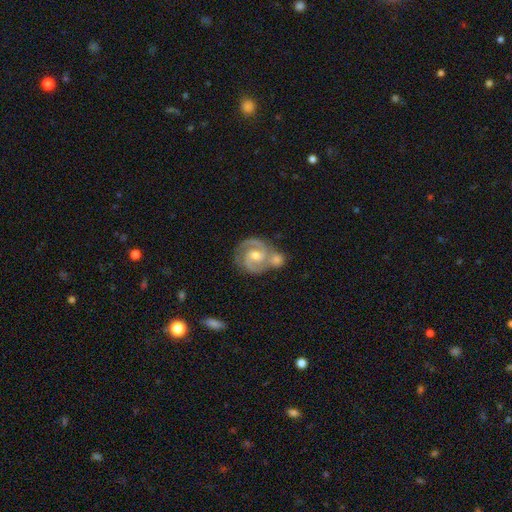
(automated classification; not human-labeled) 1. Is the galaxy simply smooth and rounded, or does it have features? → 89% featured or disk, 6% smooth, 5% star or artifact.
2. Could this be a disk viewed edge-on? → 98% no, 2% yes.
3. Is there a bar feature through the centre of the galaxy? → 51% no, 39% weak, 11% strong.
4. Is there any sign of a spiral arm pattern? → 98% yes, 2% no.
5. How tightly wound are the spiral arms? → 49% tight, 45% medium, 6% loose.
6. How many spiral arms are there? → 89% 2, 4% 3, 3% can't tell, 2% 1, 1% 4, 1% more than 4.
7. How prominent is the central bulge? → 64% moderate, 29% small, 4% large, 2% none, 1% dominant.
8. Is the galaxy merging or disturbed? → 47% none, 35% merger, 13% minor disturbance, 5% major disturbance.